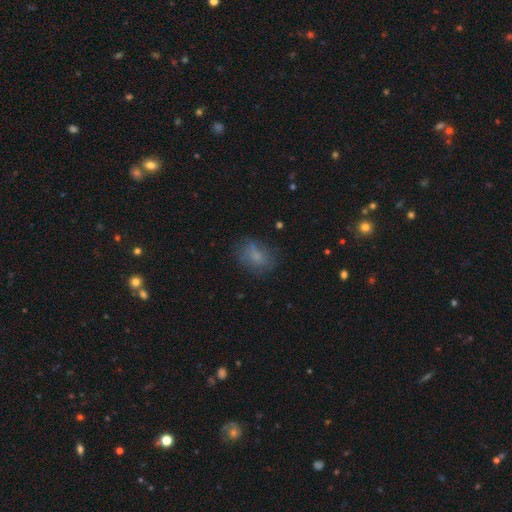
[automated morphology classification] The model was most divided on "merging": none: 66%, minor disturbance: 21%, major disturbance: 11%, merger: 2%. More confident: how rounded — in between (72%); smooth or featured — smooth (68%).